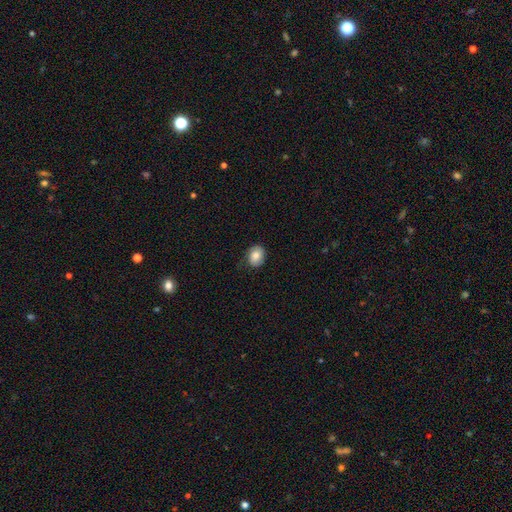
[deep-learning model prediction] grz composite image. It shows a smooth galaxy with no disk features (76%) that is in between round and cigar-shaped (53%). Merging: none (75%).